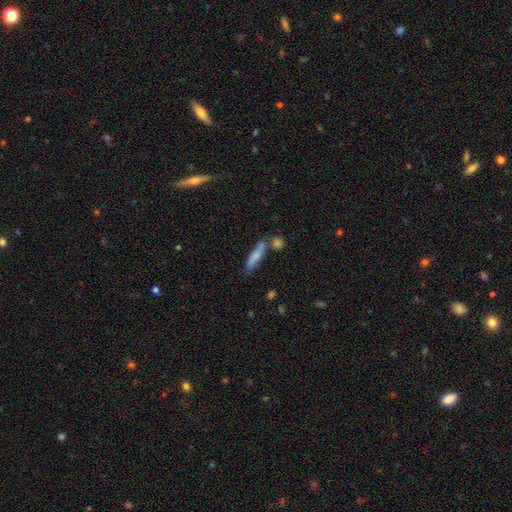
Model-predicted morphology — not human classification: smooth 70%, featured or disk 23%, star or artifact 7%. Down the decision tree: how rounded — cigar-shaped (79%); merging — none (65%).